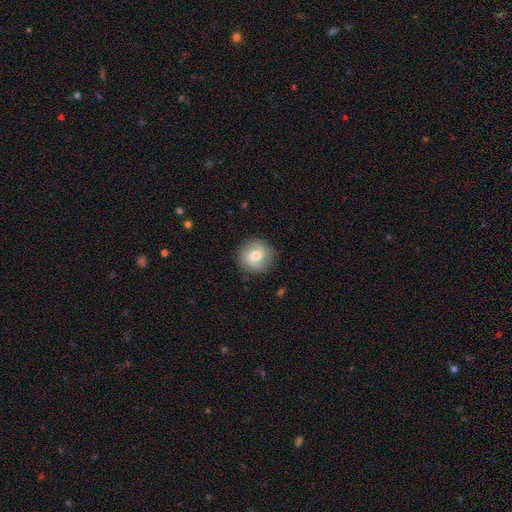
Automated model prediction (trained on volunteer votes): A smooth galaxy with no disk features (66%) that is round (92%). Merging: none (88%).